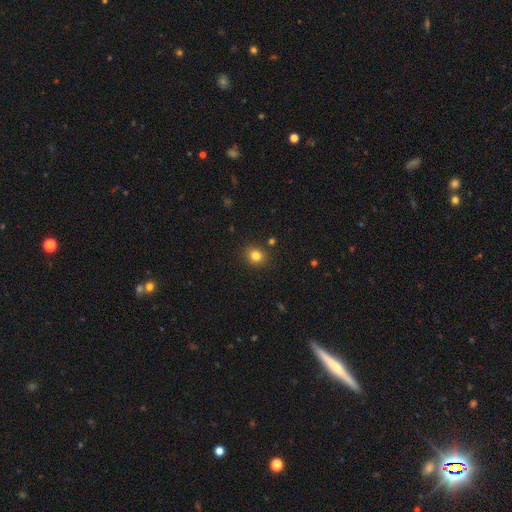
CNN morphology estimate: A smooth galaxy with no disk features (81%) that is round (80%).

Vote fractions:
- Smooth or featured? smooth: 81% / star or artifact: 13% / featured or disk: 6%
- How rounded? round: 80% / in between: 19% / cigar-shaped: 1%
- Merging? none: 89% / minor disturbance: 7% / merger: 2% / major disturbance: 2%